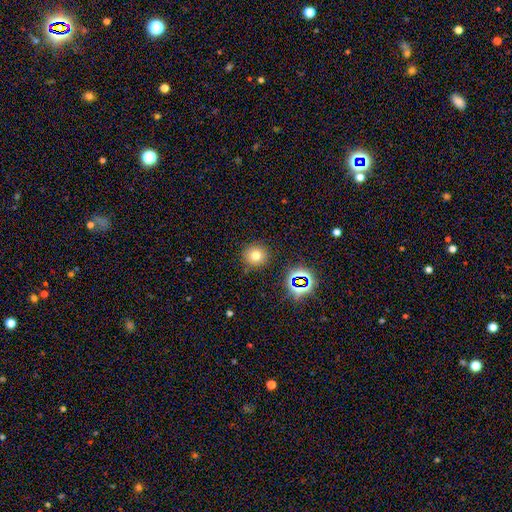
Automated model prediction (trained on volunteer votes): Smooth or featured?
  - smooth: 69% *
  - star or artifact: 21%
  - featured or disk: 10%
How rounded?
  - round: 91% *
  - in between: 8%
  - cigar-shaped: 1%
Merging?
  - none: 88% *
  - minor disturbance: 7%
  - major disturbance: 3%
  - merger: 2%